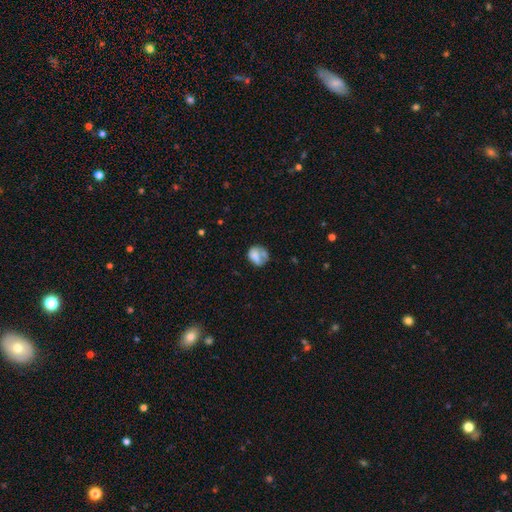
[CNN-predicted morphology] This is likely a smooth galaxy (67%). How rounded: possibly round (55%). Merging: marginally none (40%).